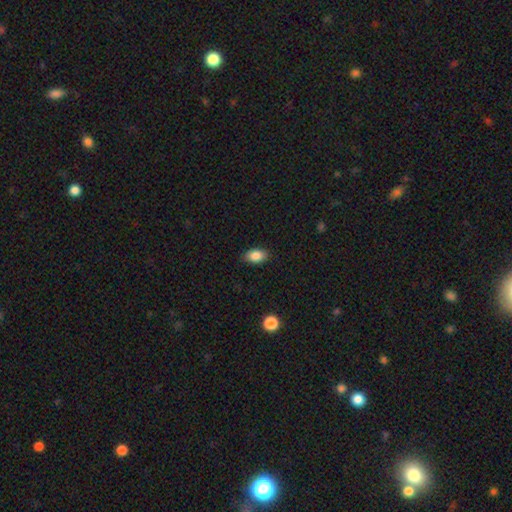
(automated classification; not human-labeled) This is clearly a smooth galaxy (86%). How rounded: clearly in between (90%). Merging: clearly none (87%).